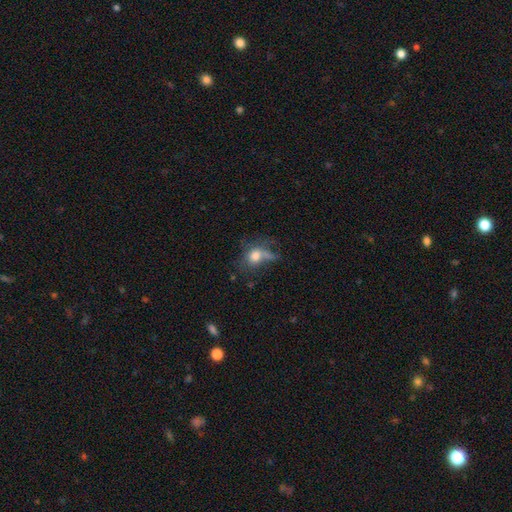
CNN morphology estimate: The model was most divided on "how rounded": in between: 49%, round: 48%, cigar-shaped: 3%. Remaining: smooth or featured — smooth (65%); merging — none (34%).